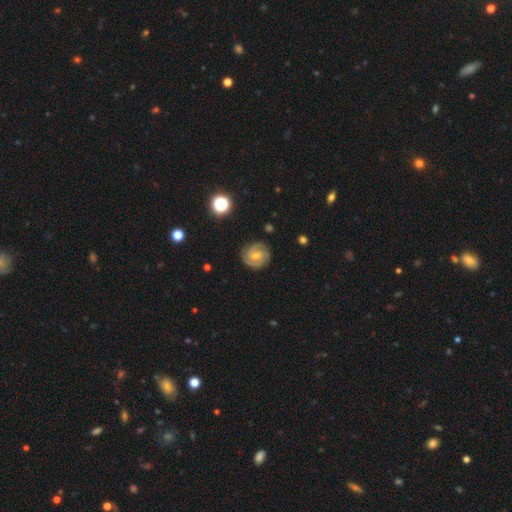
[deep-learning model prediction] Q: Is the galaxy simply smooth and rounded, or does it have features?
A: featured or disk — 78%.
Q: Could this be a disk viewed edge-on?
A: no — 98%.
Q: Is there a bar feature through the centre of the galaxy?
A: weak — 49%.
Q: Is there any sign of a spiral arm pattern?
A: yes — 95%.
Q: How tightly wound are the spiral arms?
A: tight — 61%.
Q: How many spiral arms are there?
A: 2 — 72%.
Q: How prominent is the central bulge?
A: moderate — 48%.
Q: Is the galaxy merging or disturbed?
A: none — 84%.